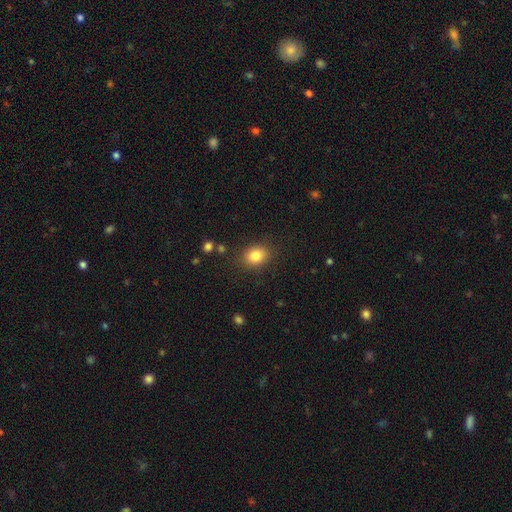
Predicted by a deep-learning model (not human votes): Smooth or featured? Predicted: smooth (p=0.83). How rounded? Predicted: in between (p=0.55). Merging? Predicted: none (p=0.85).